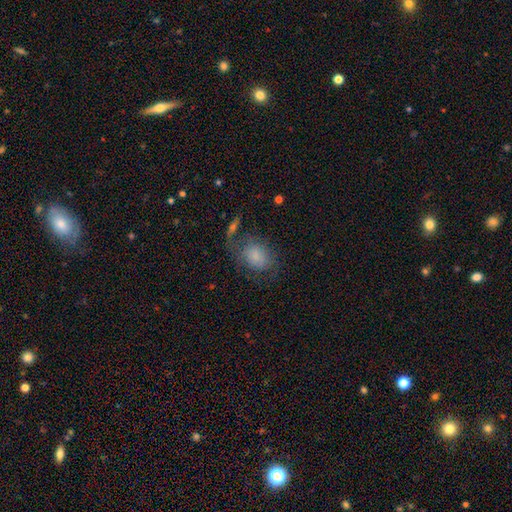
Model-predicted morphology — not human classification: type=smooth (71%); roundness=in between (64%); merging=none (49%).